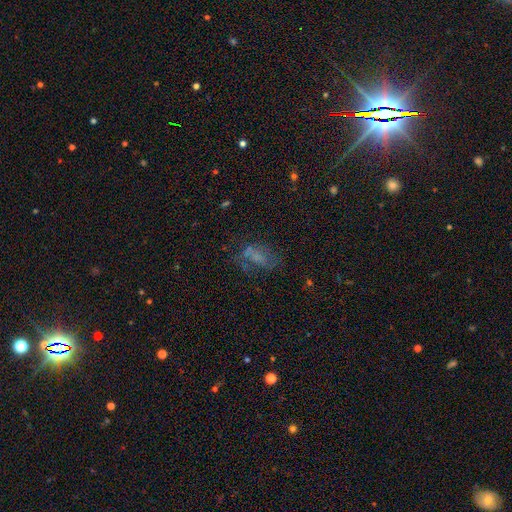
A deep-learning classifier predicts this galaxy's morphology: The model was most divided on "smooth or featured": smooth: 44%, featured or disk: 33%, star or artifact: 23%. Remaining: merging — none (45%).